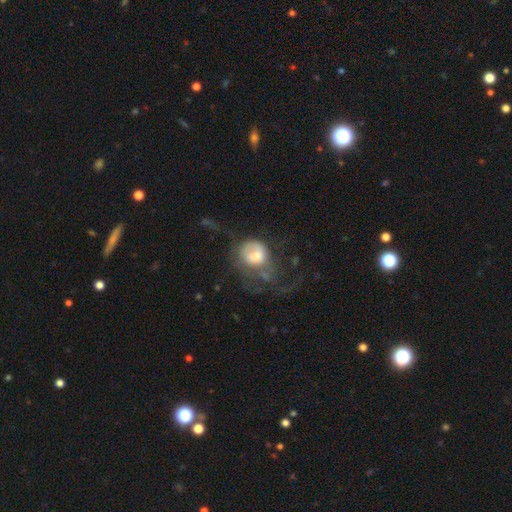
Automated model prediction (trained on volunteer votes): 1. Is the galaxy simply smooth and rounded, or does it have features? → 49% smooth, 41% featured or disk, 9% star or artifact.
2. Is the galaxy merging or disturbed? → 52% major disturbance, 25% none, 17% minor disturbance, 6% merger.